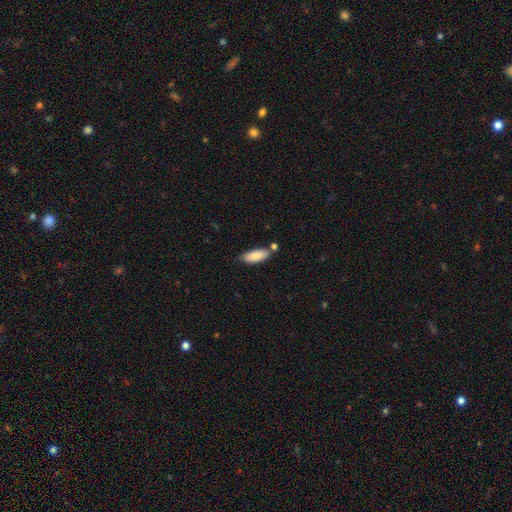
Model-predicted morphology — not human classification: Q: Smooth or featured?
A: smooth (86%); runner-up: featured or disk (8%)
Q: How rounded?
A: in between (78%); runner-up: cigar-shaped (20%)
Q: Merging?
A: none (71%); runner-up: minor disturbance (15%)